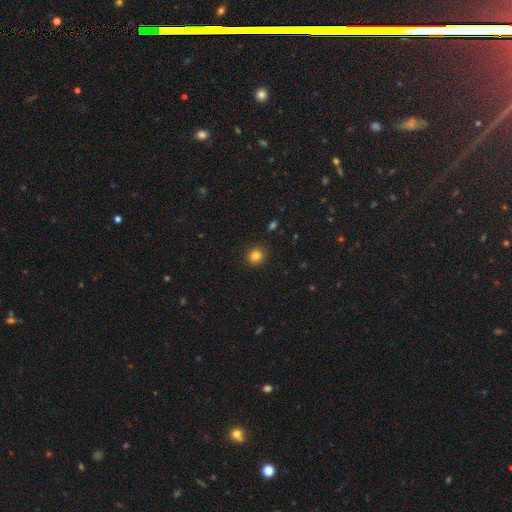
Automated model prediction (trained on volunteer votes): A smooth galaxy with no disk features (83%) that is round (91%).

Vote fractions:
- Smooth or featured? smooth: 83% / star or artifact: 12% / featured or disk: 5%
- How rounded? round: 91% / in between: 9% / cigar-shaped: 1%
- Merging? none: 90% / minor disturbance: 7% / major disturbance: 2% / merger: 1%